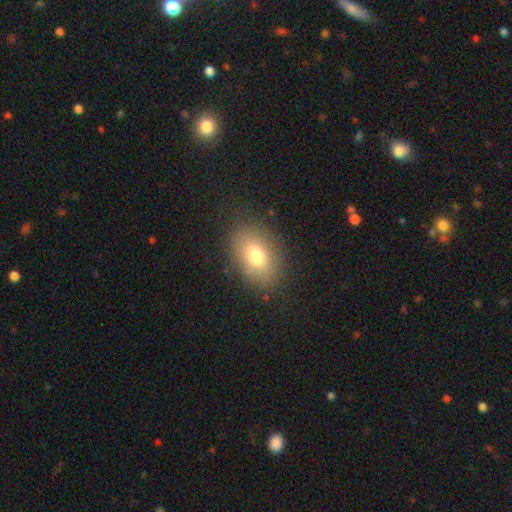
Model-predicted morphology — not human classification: This appears to be a smooth galaxy with no disk features (75%) that is in between round and cigar-shaped (80%). Merging: none (83%).